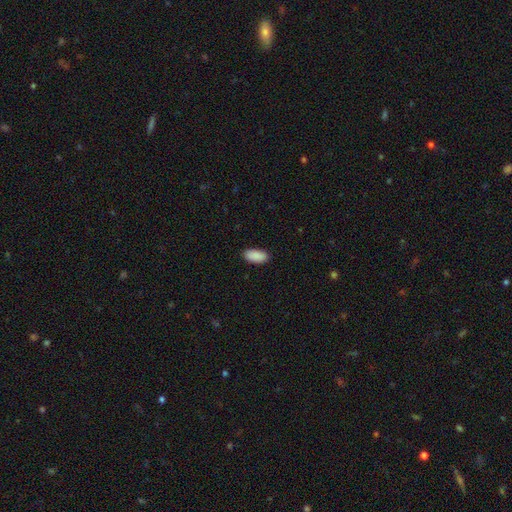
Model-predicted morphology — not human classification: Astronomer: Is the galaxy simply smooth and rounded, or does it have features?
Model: smooth — 91%.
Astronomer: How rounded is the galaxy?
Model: in between — 92%.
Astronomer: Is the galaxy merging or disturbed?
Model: none — 88%.